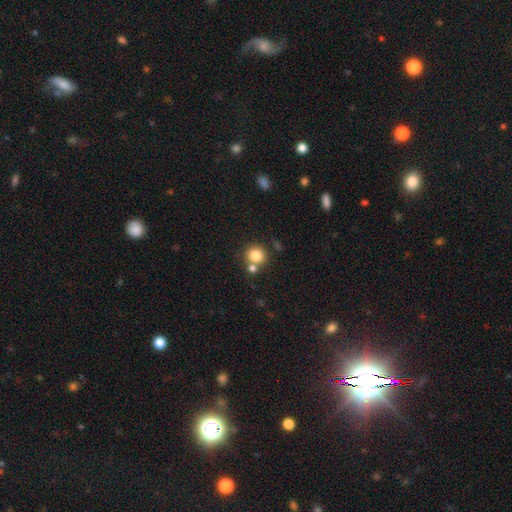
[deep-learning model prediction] A smooth galaxy with no disk features (81%) that is round (86%). Merging: none (65%).